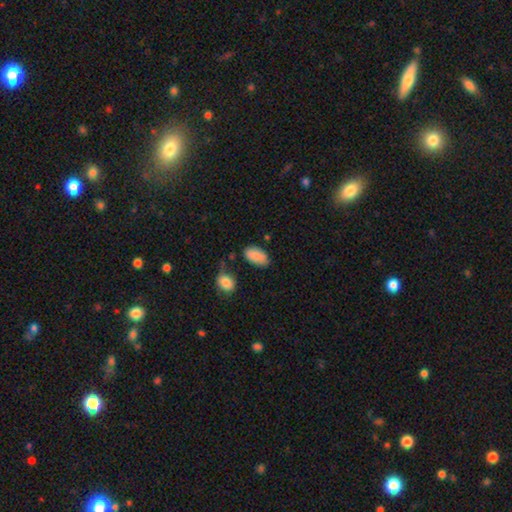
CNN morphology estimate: Q: Smooth or featured?
A: smooth (87%); runner-up: star or artifact (8%)
Q: How rounded?
A: in between (94%); runner-up: round (4%)
Q: Merging?
A: none (67%); runner-up: minor disturbance (22%)